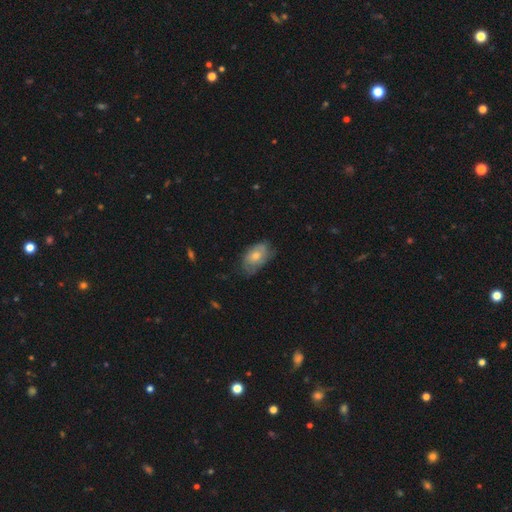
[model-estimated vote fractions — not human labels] Smooth or featured: smooth — 51% (featured or disk — 40%)
How rounded: in between — 89% (round — 8%)
Merging: none — 65% (minor disturbance — 27%)